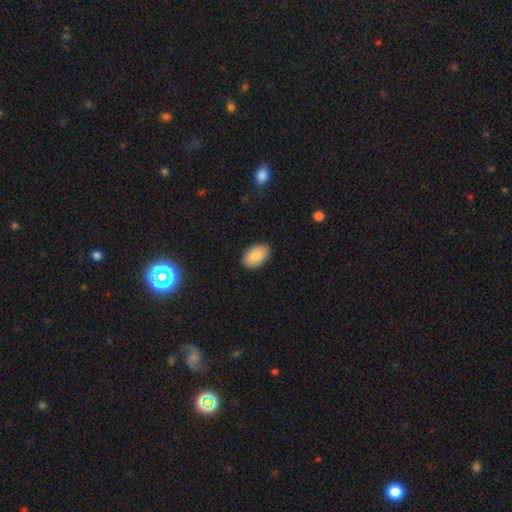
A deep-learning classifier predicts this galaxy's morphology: type=smooth (85%); roundness=in between (93%); merging=none (89%).